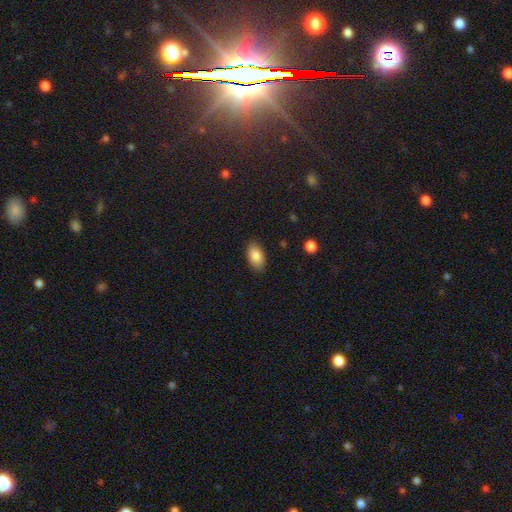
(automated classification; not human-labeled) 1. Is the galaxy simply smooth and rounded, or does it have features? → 87% smooth, 7% star or artifact, 6% featured or disk.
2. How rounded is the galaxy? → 92% in between, 5% round, 2% cigar-shaped.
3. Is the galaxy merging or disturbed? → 86% none, 11% minor disturbance, 3% major disturbance, 1% merger.